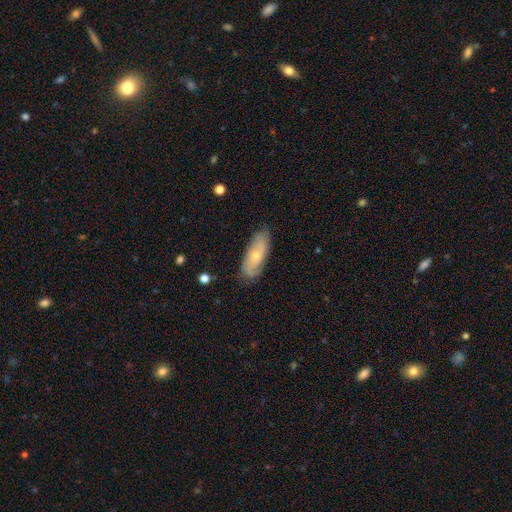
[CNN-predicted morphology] A featured or disk galaxy (50%). Merging: none (78%).